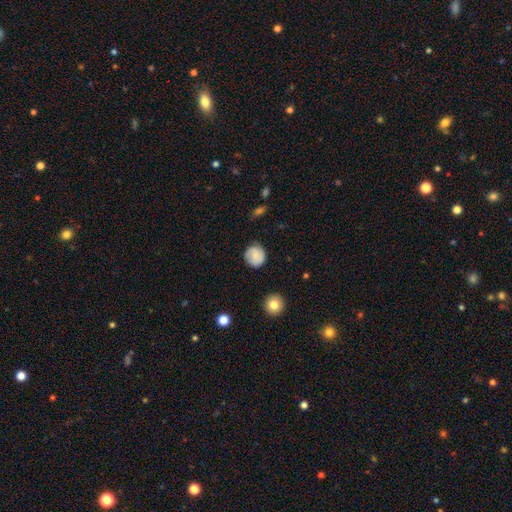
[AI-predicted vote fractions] A smooth galaxy with no disk features (60%) that is round (86%).

Vote fractions:
- Smooth or featured? smooth: 60% / featured or disk: 32% / star or artifact: 8%
- How rounded? round: 86% / in between: 13% / cigar-shaped: 1%
- Merging? none: 77% / minor disturbance: 17% / major disturbance: 5% / merger: 1%